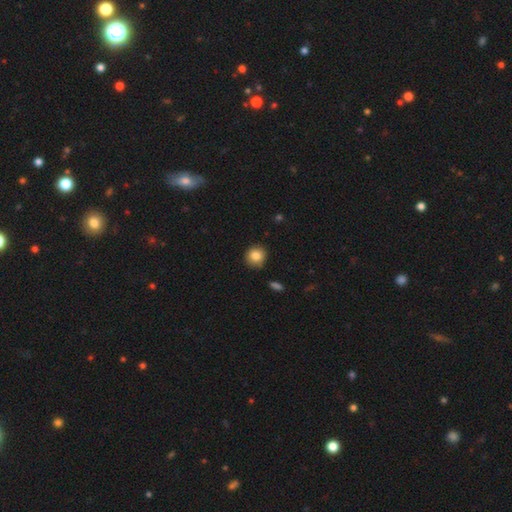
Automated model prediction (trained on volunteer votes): A smooth galaxy with no disk features (85%) that is round (90%). Merging: none (85%).